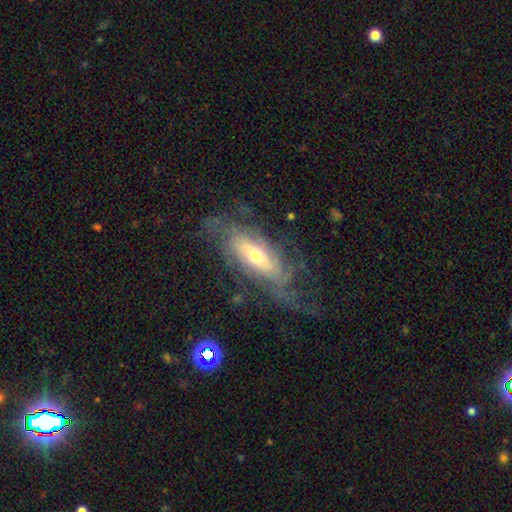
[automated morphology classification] Overall: featured or disk (80%). Edge-on disk: no (86%). Bar: no (56%; weak 30%). Spiral arms: yes (90%). Spiral arm count: can't tell (49%; 2 18%). Spiral winding: tight (48%; medium 36%). Bulge size: moderate (50%; small 40%). Merging: none (60%).